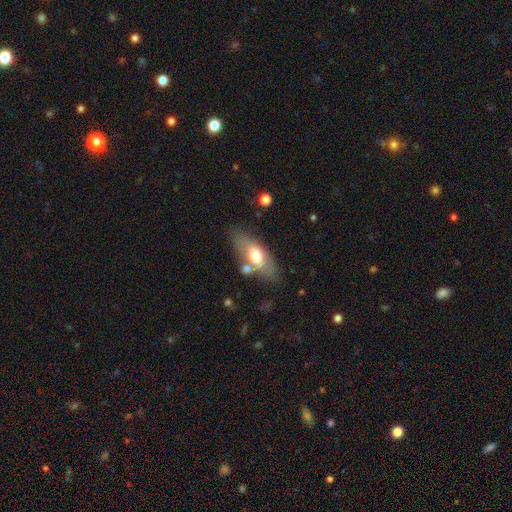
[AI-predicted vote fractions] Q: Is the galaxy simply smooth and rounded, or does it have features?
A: smooth — 60%.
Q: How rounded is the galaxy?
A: in between — 77%.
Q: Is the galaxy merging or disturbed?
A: none — 66%.